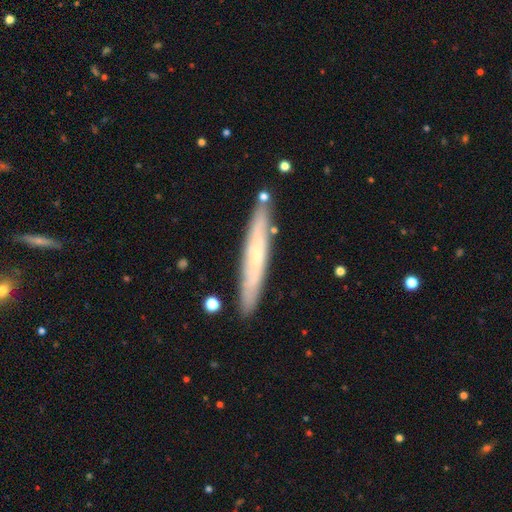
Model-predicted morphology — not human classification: featured or disk 47%, smooth 46%, star or artifact 6%. Down the decision tree: merging — none (86%).